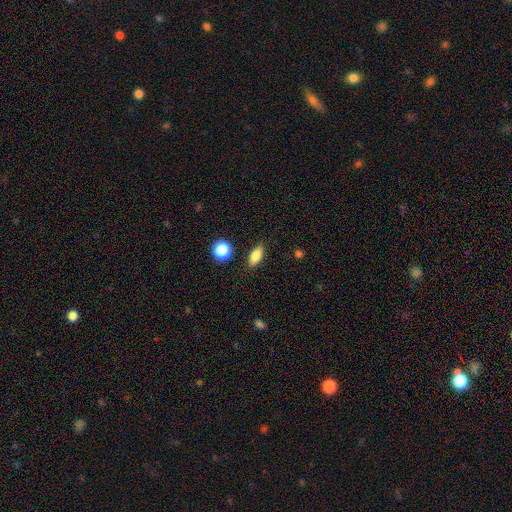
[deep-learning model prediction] Q: Smooth or featured?
A: smooth (82%); runner-up: star or artifact (9%)
Q: How rounded?
A: in between (80%); runner-up: cigar-shaped (12%)
Q: Merging?
A: none (86%); runner-up: minor disturbance (10%)